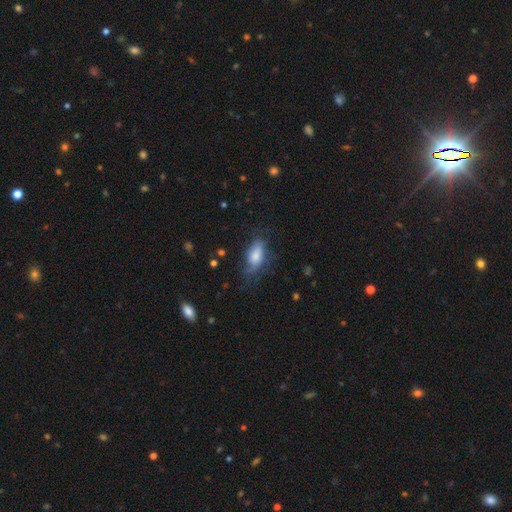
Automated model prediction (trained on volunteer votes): Smooth or featured? smooth (61%)
How rounded? in between (85%)
Merging? none (49%)